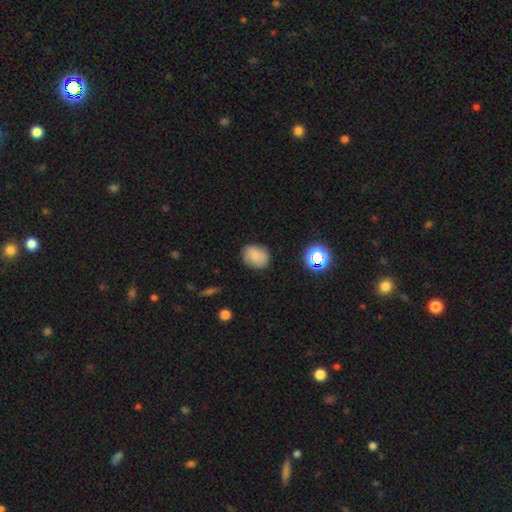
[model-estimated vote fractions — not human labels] The model was most divided on "how rounded": round: 52%, in between: 47%, cigar-shaped: 1%. More confident: merging — none (82%); smooth or featured — smooth (79%).